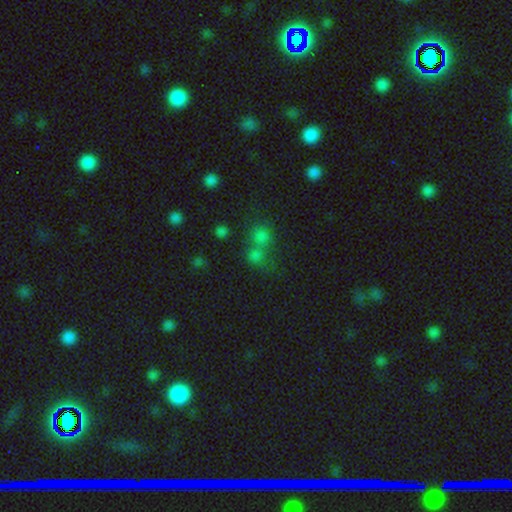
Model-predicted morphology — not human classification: Q: Smooth or featured?
A: smooth (63%); runner-up: star or artifact (29%)
Q: How rounded?
A: round (79%); runner-up: in between (20%)
Q: Merging?
A: merger (48%); runner-up: none (40%)